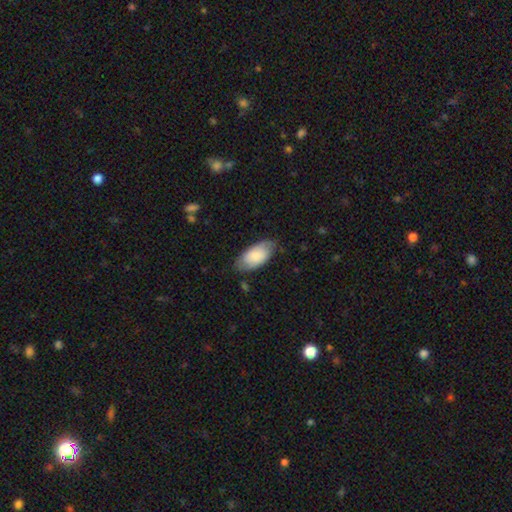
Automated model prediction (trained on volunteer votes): smooth_or_featured: smooth (p=0.80) [alt: featured or disk p=0.15]
how_rounded: in between (p=0.94) [alt: cigar-shaped p=0.04]
merging: none (p=0.72) [alt: minor disturbance p=0.22]